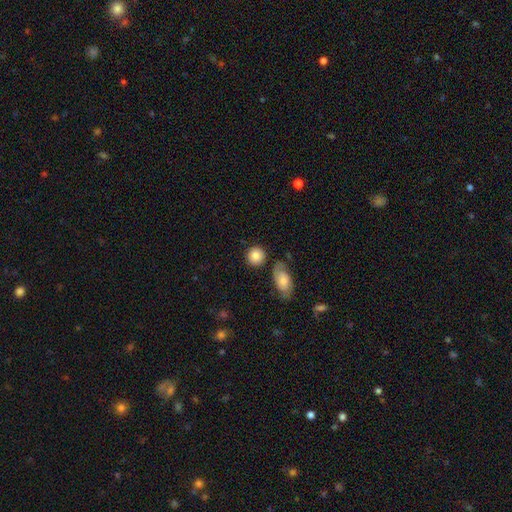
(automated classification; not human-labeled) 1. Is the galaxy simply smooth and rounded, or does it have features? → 85% smooth, 8% star or artifact, 7% featured or disk.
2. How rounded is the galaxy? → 86% round, 12% in between, 1% cigar-shaped.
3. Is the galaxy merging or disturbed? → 77% none, 12% minor disturbance, 8% merger, 4% major disturbance.